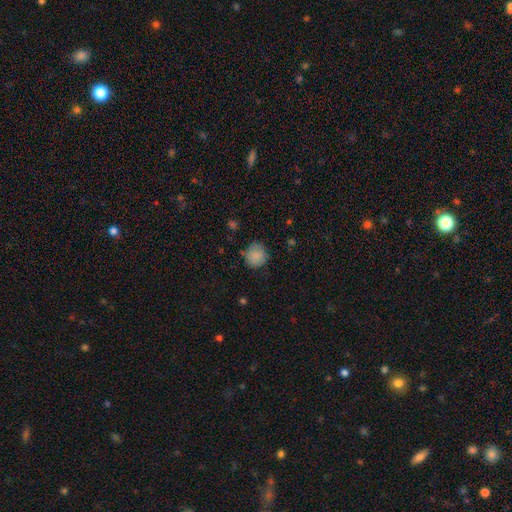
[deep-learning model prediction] Smooth or featured? Predicted: smooth (p=0.84). How rounded? Predicted: round (p=0.86). Merging? Predicted: none (p=0.74).